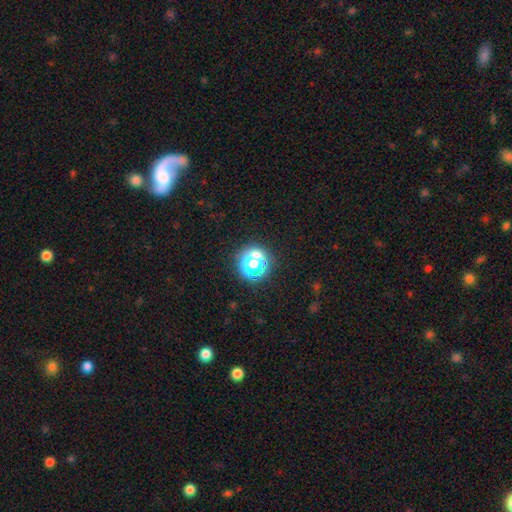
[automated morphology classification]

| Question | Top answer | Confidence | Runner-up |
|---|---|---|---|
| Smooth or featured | smooth | 56% | star or artifact (33%) |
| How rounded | round | 86% | in between (13%) |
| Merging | none | 76% | minor disturbance (14%) |